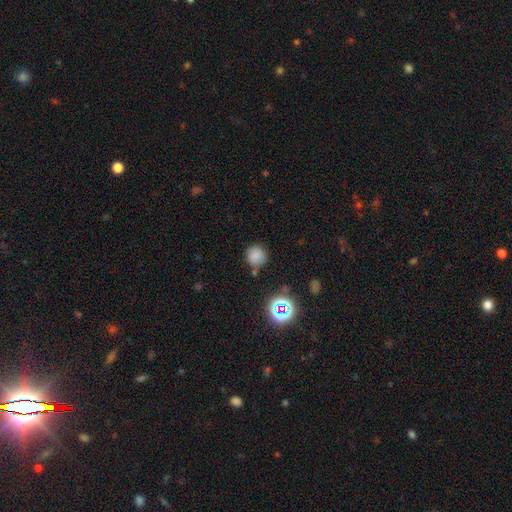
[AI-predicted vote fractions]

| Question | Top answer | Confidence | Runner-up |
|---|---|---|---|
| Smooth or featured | smooth | 77% | star or artifact (16%) |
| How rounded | round | 91% | in between (8%) |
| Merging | none | 74% | minor disturbance (14%) |